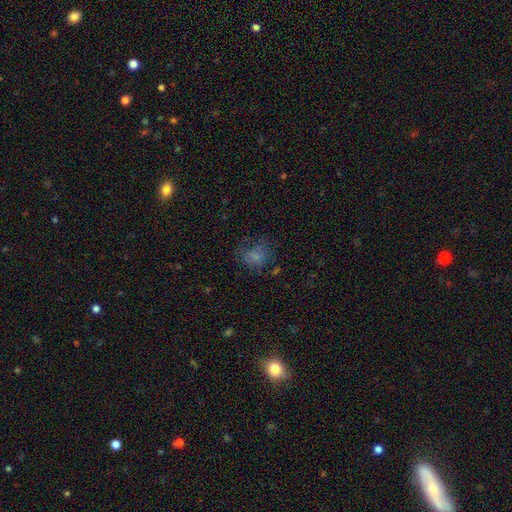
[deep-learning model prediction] Q: Smooth or featured?
A: smooth (65%); runner-up: star or artifact (17%)
Q: How rounded?
A: round (60%); runner-up: in between (39%)
Q: Merging?
A: none (53%); runner-up: major disturbance (22%)